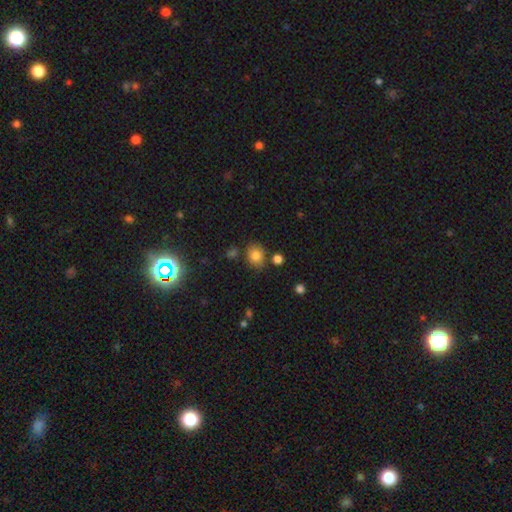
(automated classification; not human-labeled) This appears to be a smooth galaxy with no disk features (80%) that is round (61%). Merging: none (78%).